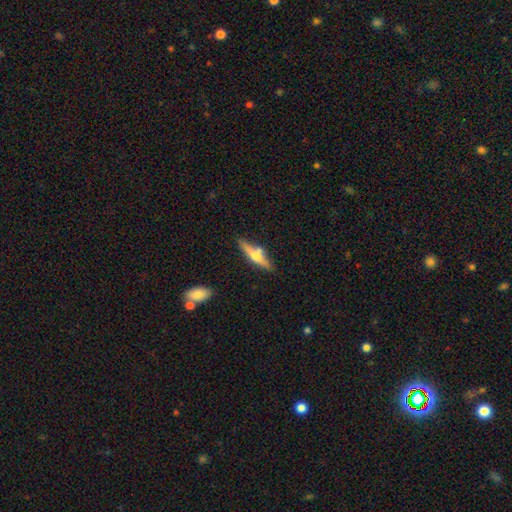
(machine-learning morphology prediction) featured or disk 57%, smooth 37%, star or artifact 6%. Down the decision tree: edge-on disk — yes (94%); edge-on bulge — rounded (90%); merging — none (73%).